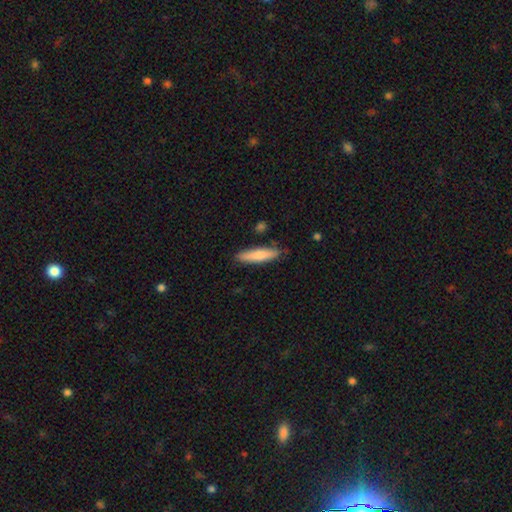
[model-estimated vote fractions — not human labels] smooth-or-featured: smooth: 73% | featured or disk: 21% | star or artifact: 6%
  how-rounded: cigar-shaped: 83% | in between: 15% | round: 2%
  merging: none: 87% | minor disturbance: 10% | major disturbance: 2% | merger: 2%